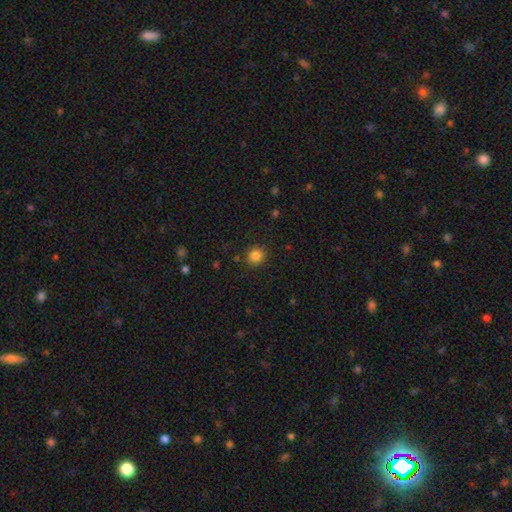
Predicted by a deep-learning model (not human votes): Overall: smooth (85%). How rounded: round (89%). Merging: none (88%).